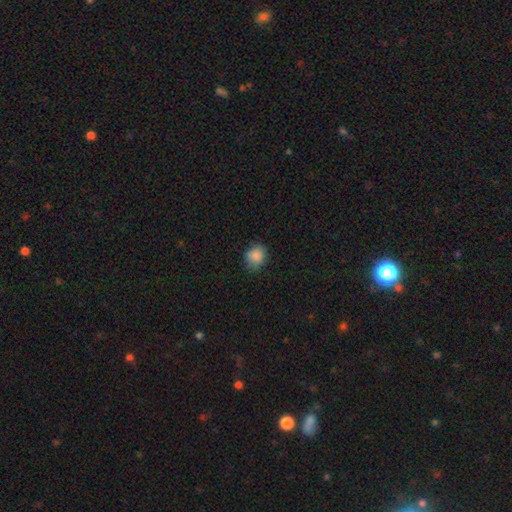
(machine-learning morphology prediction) Smooth or featured?
  - smooth: 87% *
  - star or artifact: 9%
  - featured or disk: 4%
How rounded?
  - round: 69% *
  - in between: 30%
  - cigar-shaped: 1%
Merging?
  - none: 79% *
  - minor disturbance: 17%
  - major disturbance: 3%
  - merger: 1%